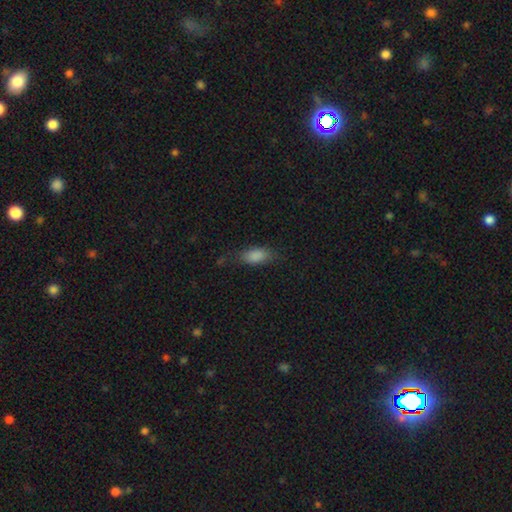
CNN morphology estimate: Smooth or featured?
  - smooth: 85% *
  - star or artifact: 8%
  - featured or disk: 6%
How rounded?
  - in between: 87% *
  - cigar-shaped: 9%
  - round: 3%
Merging?
  - none: 68% *
  - minor disturbance: 22%
  - major disturbance: 8%
  - merger: 2%